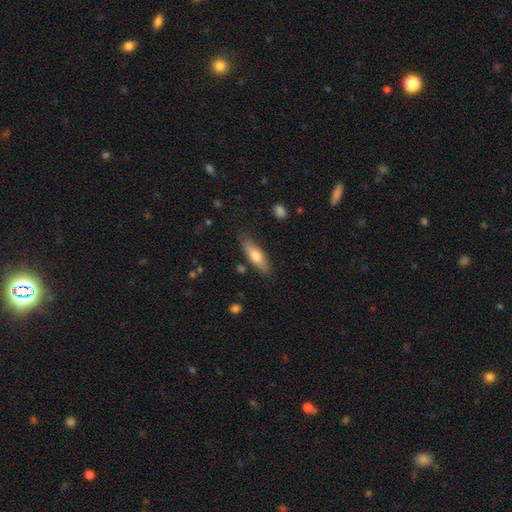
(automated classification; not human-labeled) Smooth or featured? Predicted: smooth (p=0.64). How rounded? Predicted: cigar-shaped (p=0.54). Merging? Predicted: none (p=0.81).